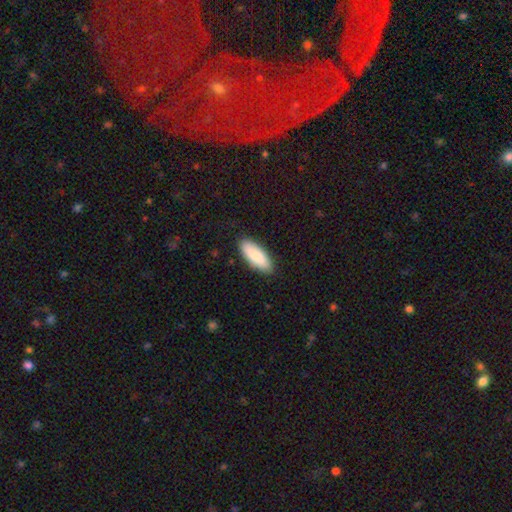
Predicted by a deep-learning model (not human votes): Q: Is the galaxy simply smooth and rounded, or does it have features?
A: smooth — 86%.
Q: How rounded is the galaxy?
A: in between — 74%.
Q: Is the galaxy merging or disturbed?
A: none — 88%.